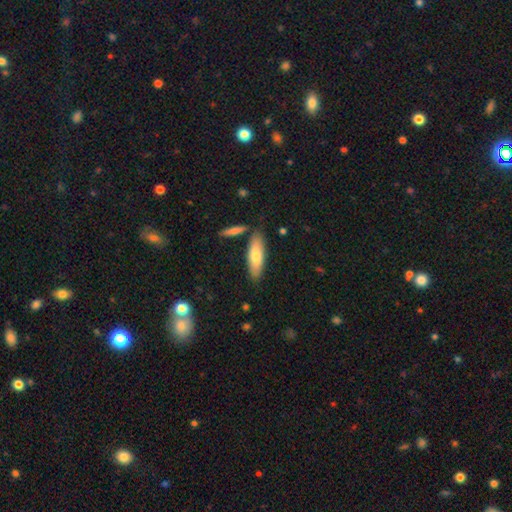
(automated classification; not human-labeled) The model was most divided on "how rounded": cigar-shaped: 52%, in between: 46%, round: 2%. More confident: merging — none (80%); smooth or featured — smooth (73%).